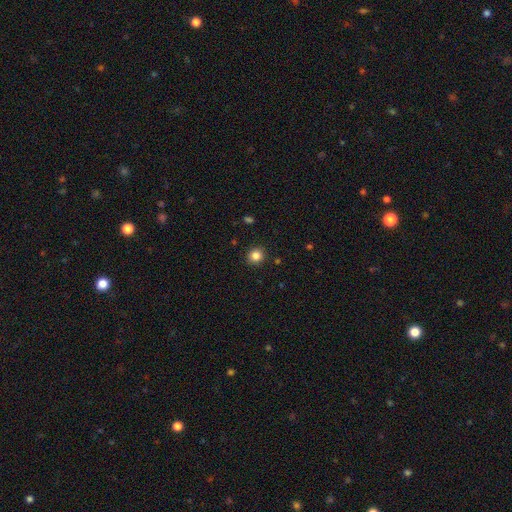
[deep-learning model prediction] This is clearly a smooth galaxy (84%). How rounded: clearly round (89%). Merging: clearly none (91%).